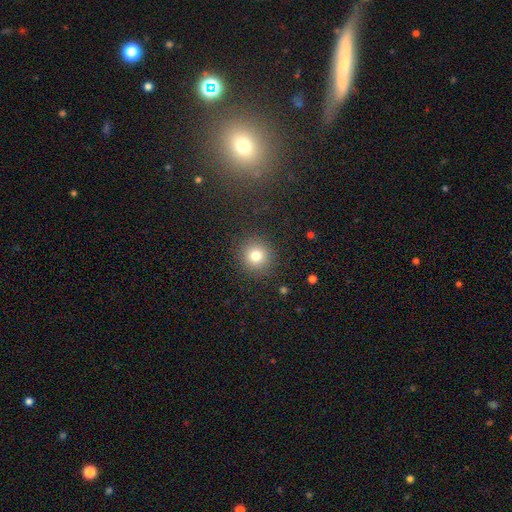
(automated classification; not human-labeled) smooth-or-featured: smooth: 79% | star or artifact: 13% | featured or disk: 8%
  how-rounded: round: 93% | in between: 6% | cigar-shaped: 1%
  merging: none: 90% | minor disturbance: 6% | major disturbance: 3% | merger: 1%